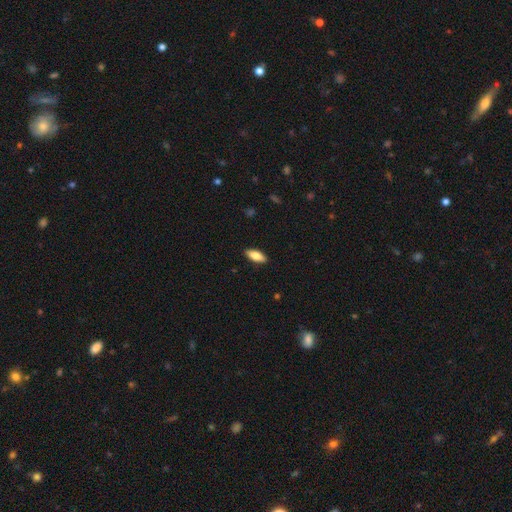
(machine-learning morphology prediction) The model was most divided on "how rounded": in between: 79%, cigar-shaped: 19%, round: 2%. More confident: merging — none (89%); smooth or featured — smooth (79%).